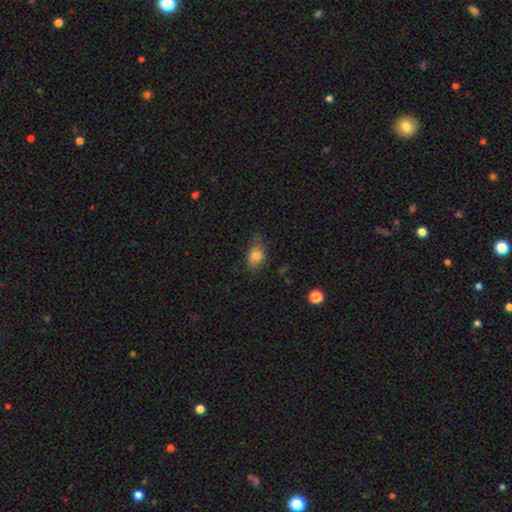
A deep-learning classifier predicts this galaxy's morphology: Smooth or featured? smooth (79%)
How rounded? in between (72%)
Merging? none (54%)